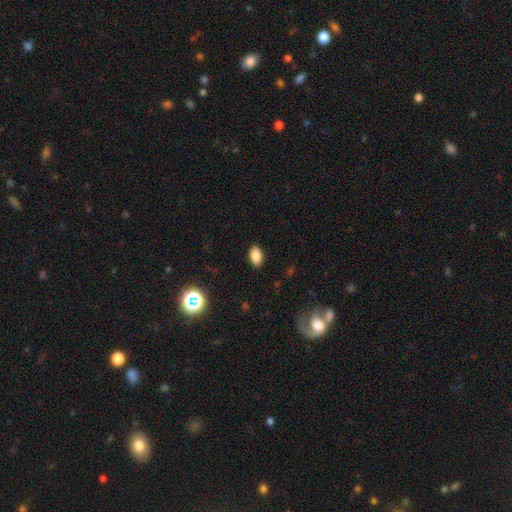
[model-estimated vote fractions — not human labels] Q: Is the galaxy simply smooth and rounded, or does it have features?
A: smooth — 85%.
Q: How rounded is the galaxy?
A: in between — 92%.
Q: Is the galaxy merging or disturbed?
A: none — 89%.